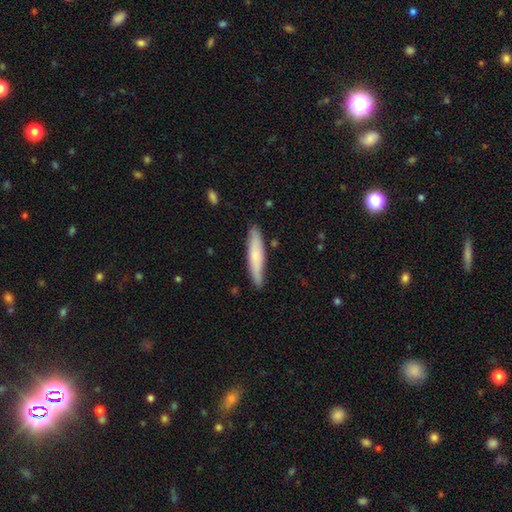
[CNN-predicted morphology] type=smooth (68%); roundness=cigar-shaped (87%); merging=none (86%).